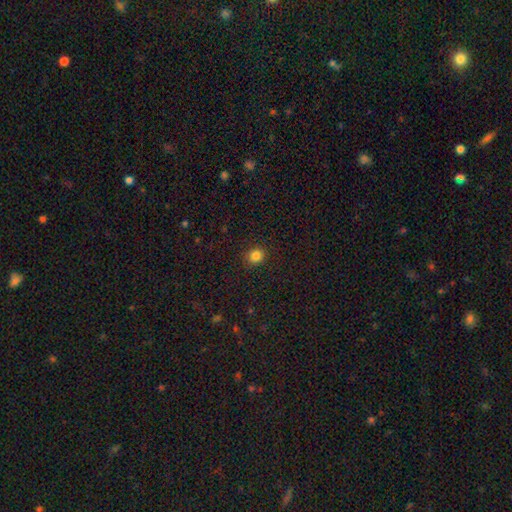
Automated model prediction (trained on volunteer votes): This is clearly a smooth galaxy (83%). How rounded: clearly round (82%). Merging: clearly none (90%).